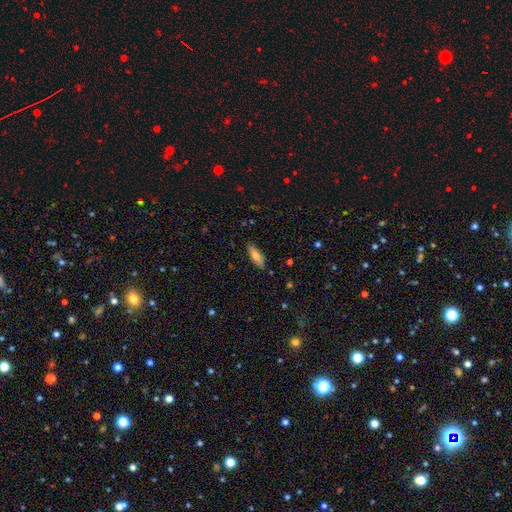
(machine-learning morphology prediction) A smooth galaxy with no disk features (72%) that is in between round and cigar-shaped (64%). Merging: none (85%).